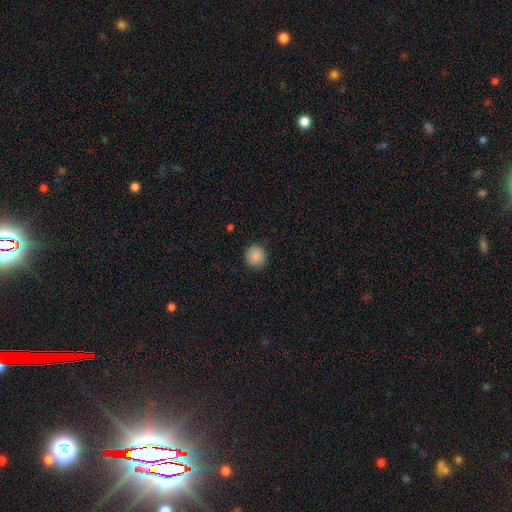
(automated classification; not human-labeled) Q: Smooth or featured?
A: smooth (89%); runner-up: star or artifact (8%)
Q: How rounded?
A: round (93%); runner-up: in between (6%)
Q: Merging?
A: none (90%); runner-up: minor disturbance (7%)